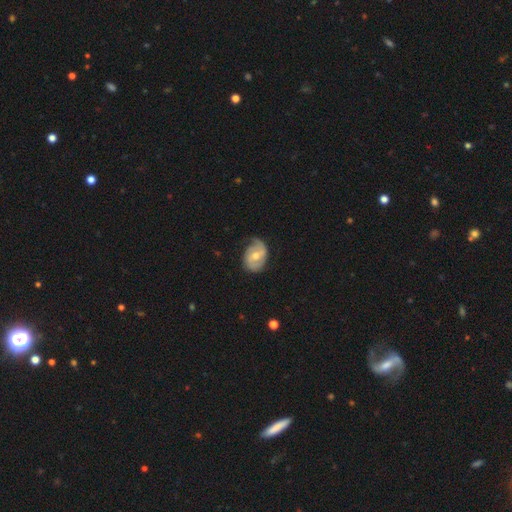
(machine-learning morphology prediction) featured or disk 68%, smooth 26%, star or artifact 6%. Down the decision tree: edge-on disk — no (97%); bar — weak (48%); spiral arms — yes (86%); spiral arm count — 2 (66%); spiral winding — medium (40%); bulge size — moderate (66%); merging — none (58%).